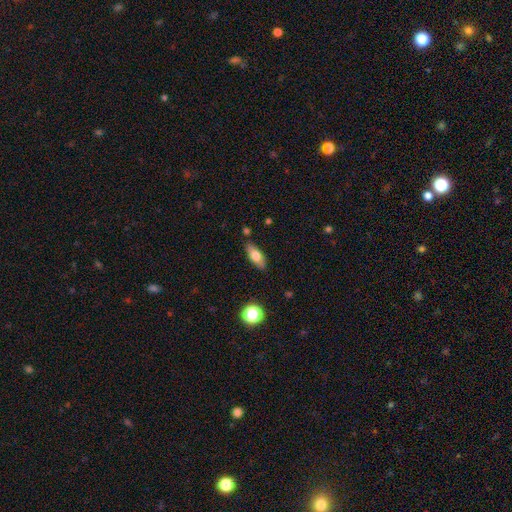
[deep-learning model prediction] Q: Smooth or featured?
A: smooth (71%); runner-up: featured or disk (22%)
Q: How rounded?
A: in between (76%); runner-up: cigar-shaped (20%)
Q: Merging?
A: none (84%); runner-up: minor disturbance (11%)